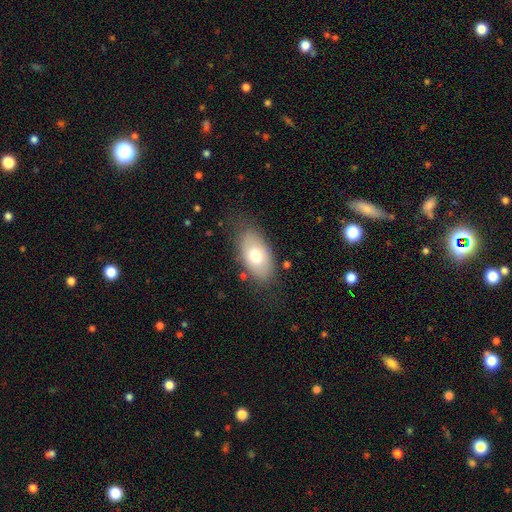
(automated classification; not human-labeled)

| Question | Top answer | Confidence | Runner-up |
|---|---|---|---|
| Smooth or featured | smooth | 72% | featured or disk (21%) |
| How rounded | in between | 92% | round (5%) |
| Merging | none | 75% | minor disturbance (17%) |